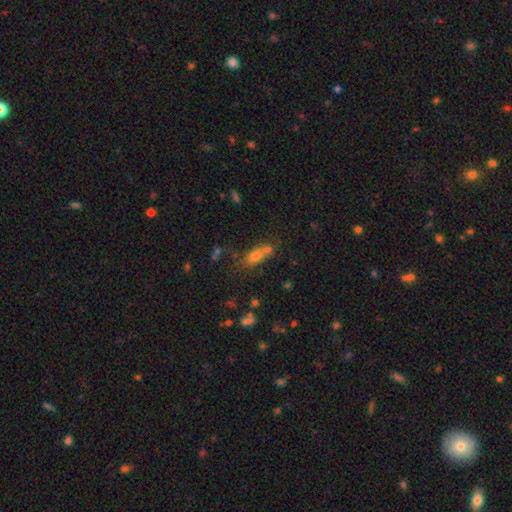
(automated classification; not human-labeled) smooth 67%, featured or disk 16%, star or artifact 16%. Down the decision tree: how rounded — in between (69%); merging — merger (41%).